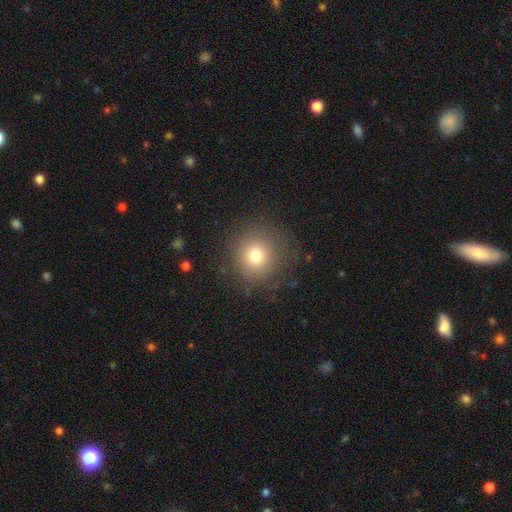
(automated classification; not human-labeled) Smooth or featured? smooth (75%)
How rounded? round (94%)
Merging? none (86%)